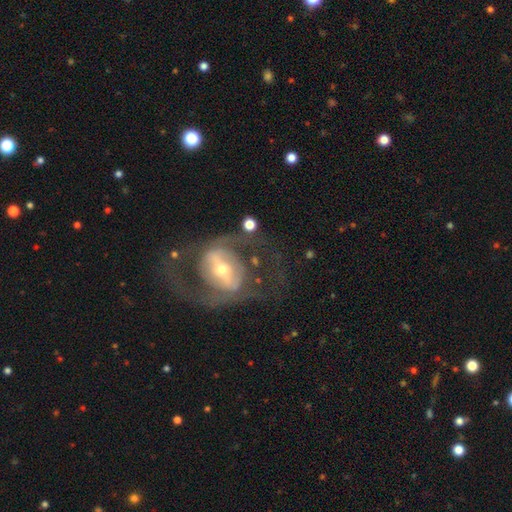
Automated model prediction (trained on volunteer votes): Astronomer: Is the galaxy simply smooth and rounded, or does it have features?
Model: featured or disk — 76%.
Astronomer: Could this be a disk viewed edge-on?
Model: no — 95%.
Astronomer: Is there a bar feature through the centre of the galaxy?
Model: weak — 38% (runner-up: strong, 33%).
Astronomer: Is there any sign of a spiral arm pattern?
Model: yes — 78%.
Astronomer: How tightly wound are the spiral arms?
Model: medium — 47% (runner-up: loose, 29%).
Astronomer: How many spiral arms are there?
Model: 2 — 78%.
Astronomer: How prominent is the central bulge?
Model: small — 50% (runner-up: moderate, 40%).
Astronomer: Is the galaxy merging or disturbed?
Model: none — 62%.